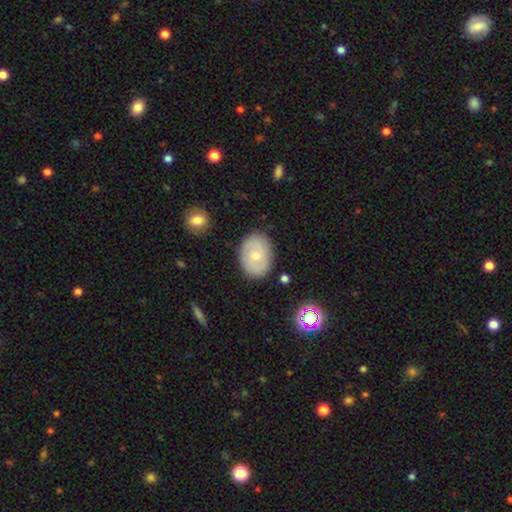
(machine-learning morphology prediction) smooth_or_featured: smooth (p=0.53) [alt: featured or disk p=0.39]
how_rounded: in between (p=0.75) [alt: round p=0.24]
merging: none (p=0.84) [alt: minor disturbance p=0.11]